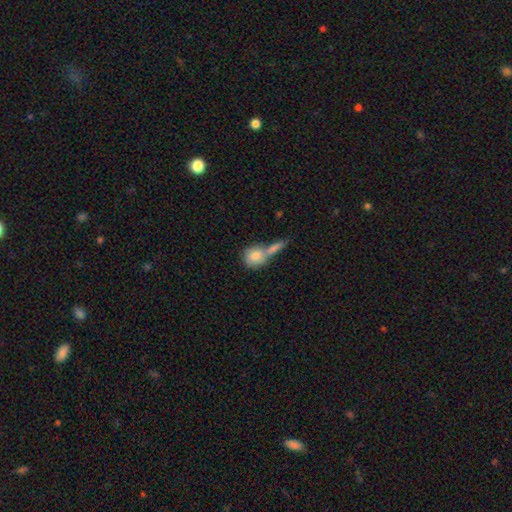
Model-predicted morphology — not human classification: Smooth or featured? smooth (78%)
How rounded? round (75%)
Merging? merger (45%)